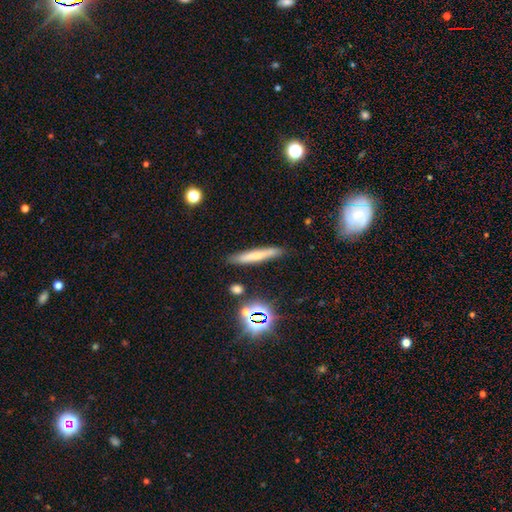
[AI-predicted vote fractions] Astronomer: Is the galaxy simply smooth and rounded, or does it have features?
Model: smooth — 62%.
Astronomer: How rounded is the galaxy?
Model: cigar-shaped — 93%.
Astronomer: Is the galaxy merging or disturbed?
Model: none — 86%.